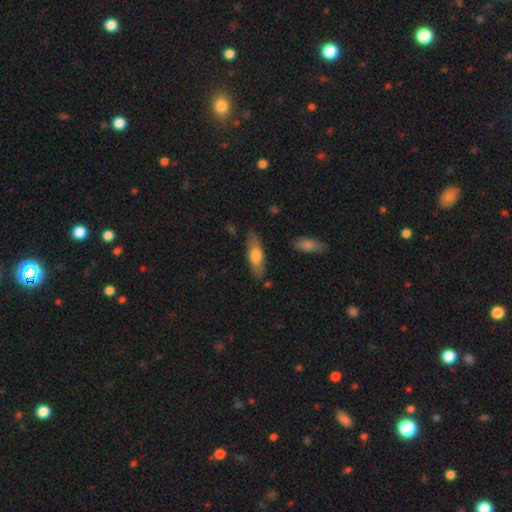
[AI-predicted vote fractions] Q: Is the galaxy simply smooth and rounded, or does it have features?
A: smooth — 64%.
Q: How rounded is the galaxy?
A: in between — 59%.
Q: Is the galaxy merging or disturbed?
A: none — 82%.